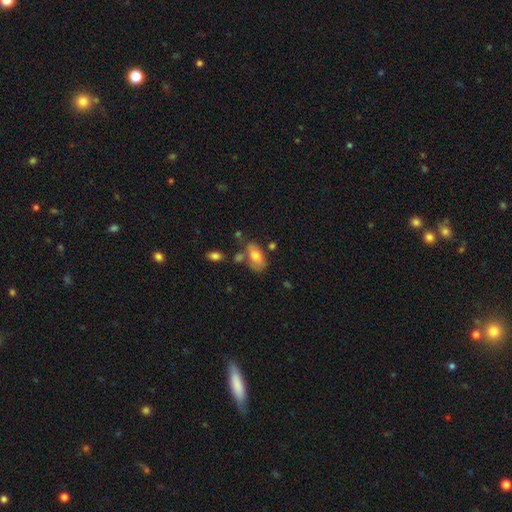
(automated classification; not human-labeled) Smooth or featured? smooth (73%)
How rounded? in between (91%)
Merging? none (57%)